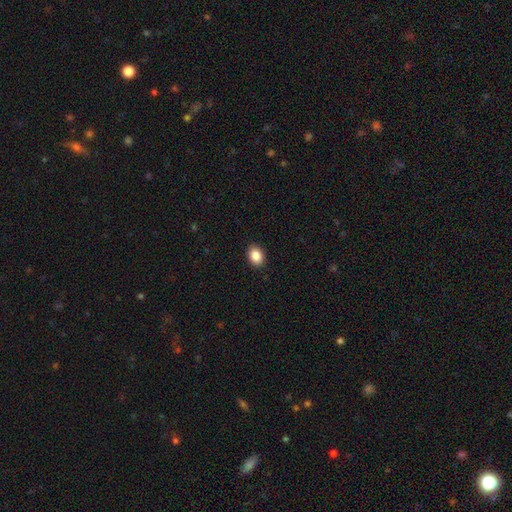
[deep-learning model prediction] Smooth or featured?
  - smooth: 89% *
  - star or artifact: 8%
  - featured or disk: 3%
How rounded?
  - in between: 71% *
  - round: 28%
  - cigar-shaped: 1%
Merging?
  - none: 90% *
  - minor disturbance: 7%
  - major disturbance: 2%
  - merger: 1%